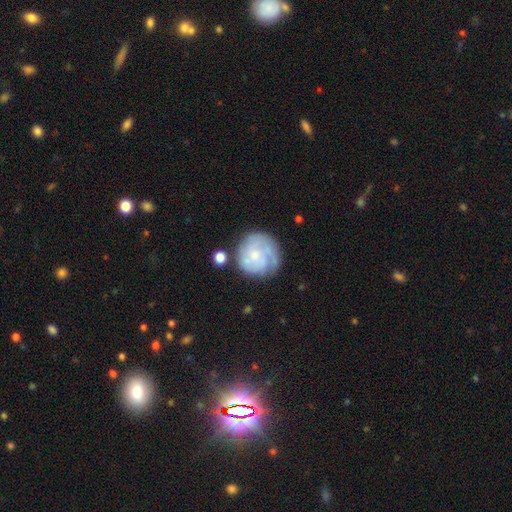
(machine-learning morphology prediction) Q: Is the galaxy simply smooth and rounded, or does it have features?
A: featured or disk — 60%.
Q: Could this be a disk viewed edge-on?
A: no — 98%.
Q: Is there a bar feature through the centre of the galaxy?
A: no — 78%.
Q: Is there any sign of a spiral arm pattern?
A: yes — 78%.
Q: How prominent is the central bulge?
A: small — 59%.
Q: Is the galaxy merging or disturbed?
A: none — 65%.